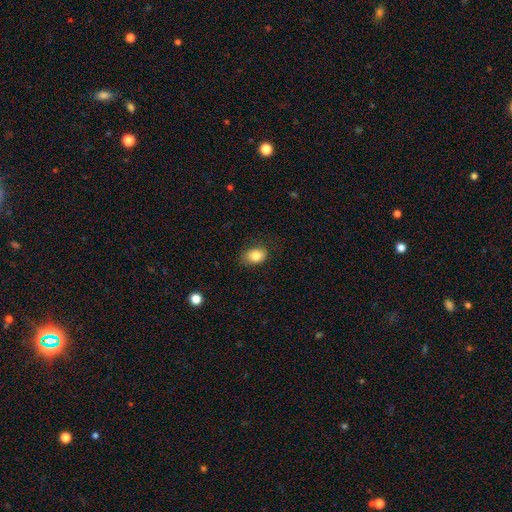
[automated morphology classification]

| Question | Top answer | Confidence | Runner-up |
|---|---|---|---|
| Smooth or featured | smooth | 84% | star or artifact (9%) |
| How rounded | in between | 73% | round (26%) |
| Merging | none | 75% | minor disturbance (19%) |